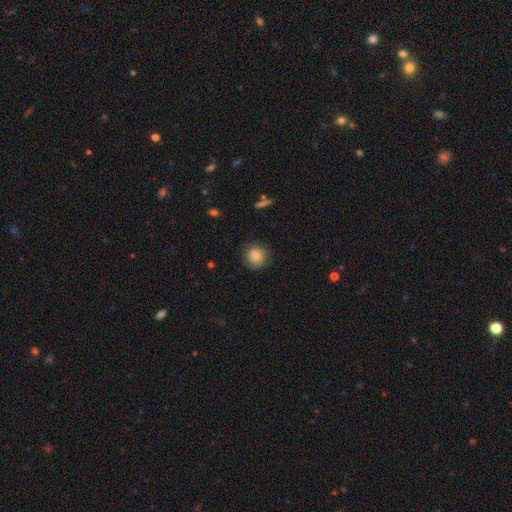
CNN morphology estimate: This is likely a smooth galaxy (78%). How rounded: clearly round (88%). Merging: likely none (77%).